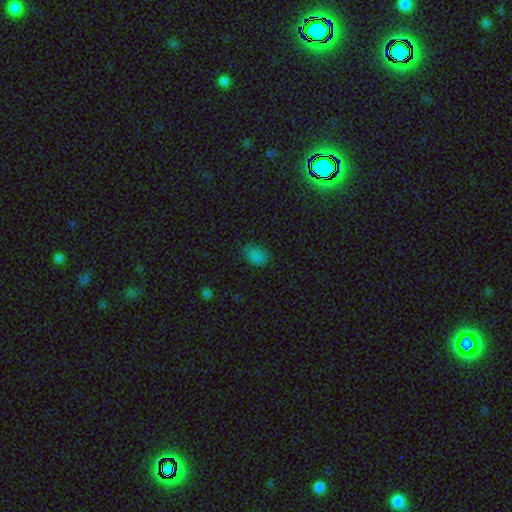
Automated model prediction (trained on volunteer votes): smooth_or_featured: smooth (p=0.78) [alt: star or artifact p=0.17]
how_rounded: in between (p=0.78) [alt: round p=0.21]
merging: none (p=0.70) [alt: minor disturbance p=0.23]